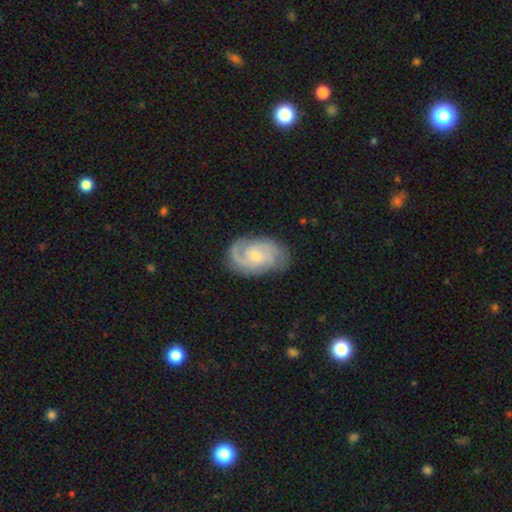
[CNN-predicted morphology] type=featured or disk (85%); edge-on=no (97%); bar=no (65%); spiral arms=yes (97%); winding=tight (47%); arm count=2 (55%); bulge=small (68%); merging=none (76%).